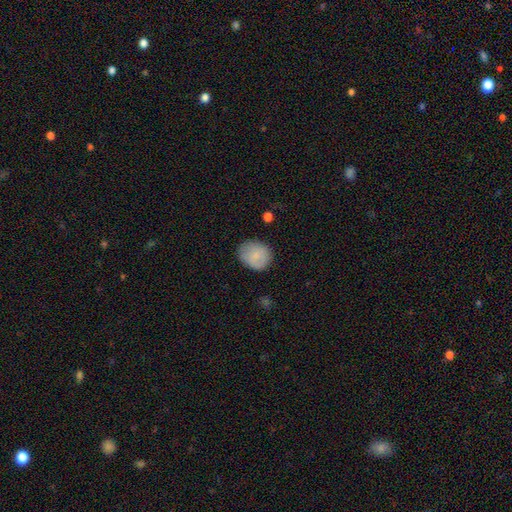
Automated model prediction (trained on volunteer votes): This appears to be a smooth galaxy with no disk features (82%) that is round (66%). Merging: none (78%).